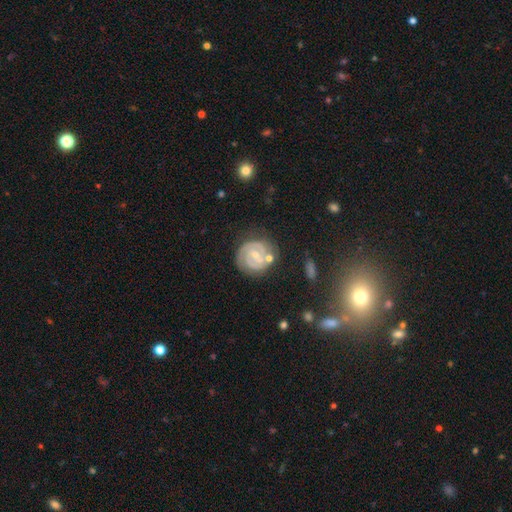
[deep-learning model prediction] smooth-or-featured: featured or disk: 79% | smooth: 15% | star or artifact: 6%
  disk-edge-on: no: 98% | yes: 2%
    bar: weak: 49% | no: 34% | strong: 16%
    has-spiral-arms: yes: 93% | no: 7%
      spiral-winding: tight: 63% | medium: 30% | loose: 7%
      spiral-arm-count: 2: 65% | can't tell: 15% | 3: 11% | 1: 4% | 4: 2% | more than 4: 2%
    bulge-size: small: 64% | moderate: 30% | none: 4% | large: 1% | dominant: 1%
  merging: none: 65% | minor disturbance: 18% | merger: 9% | major disturbance: 8%